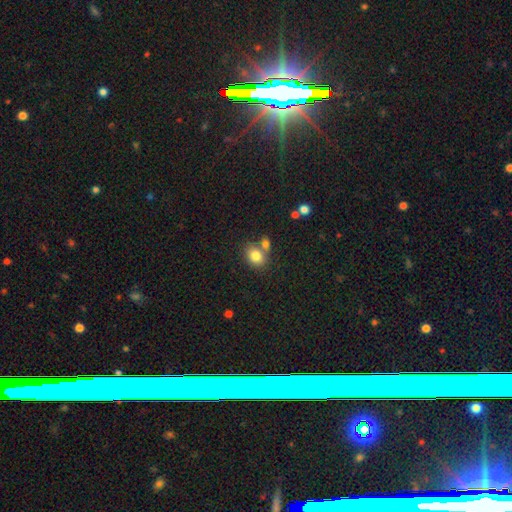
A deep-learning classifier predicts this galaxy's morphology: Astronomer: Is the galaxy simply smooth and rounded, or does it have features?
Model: smooth — 81%.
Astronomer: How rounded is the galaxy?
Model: in between — 58% (runner-up: round, 41%).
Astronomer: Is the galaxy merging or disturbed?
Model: none — 54% (runner-up: merger, 31%).